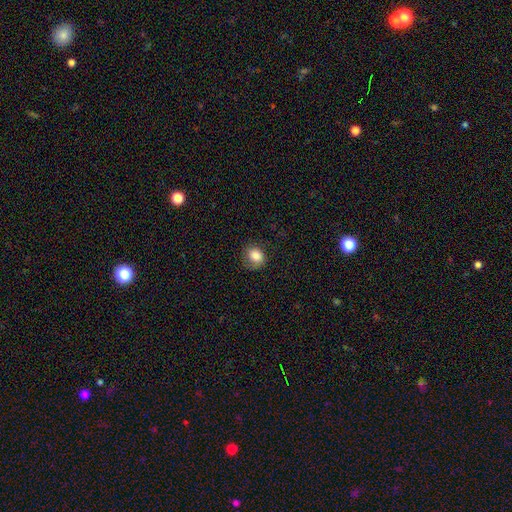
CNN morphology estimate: Overall: smooth (83%). How rounded: round (63%; in between 36%). Merging: none (68%).